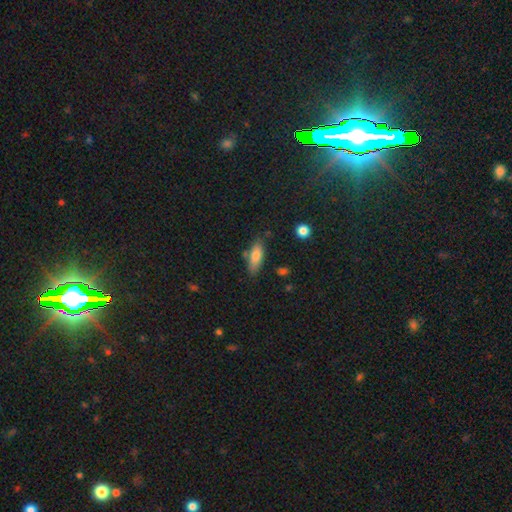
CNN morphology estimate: smooth_or_featured: smooth (p=0.79) [alt: featured or disk p=0.14]
how_rounded: in between (p=0.69) [alt: cigar-shaped p=0.29]
merging: none (p=0.73) [alt: minor disturbance p=0.17]